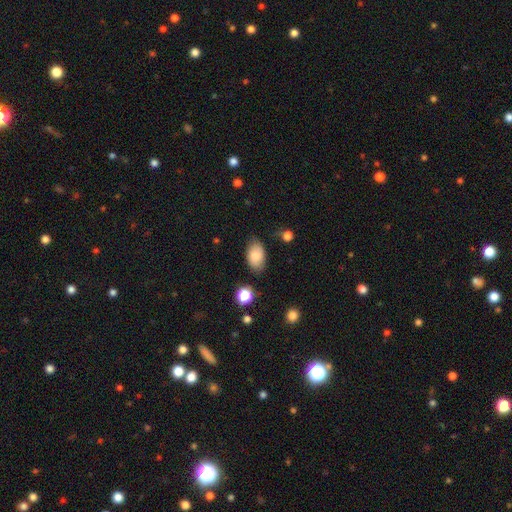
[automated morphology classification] The model was most divided on "merging": none: 75%, minor disturbance: 19%, major disturbance: 4%, merger: 2%. More confident: how rounded — in between (91%); smooth or featured — smooth (80%).